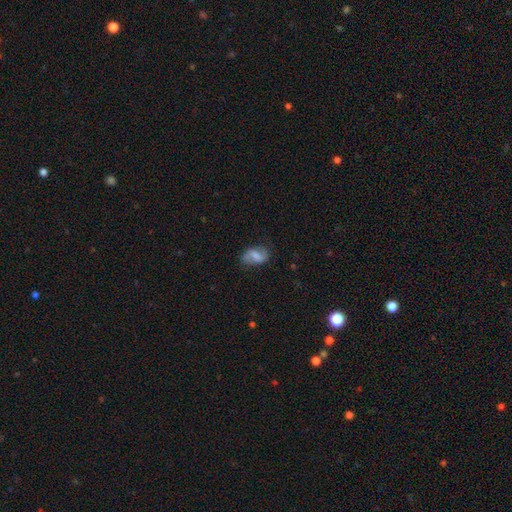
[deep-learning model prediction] smooth 47%, featured or disk 44%, star or artifact 8%. Down the decision tree: merging — none (71%).